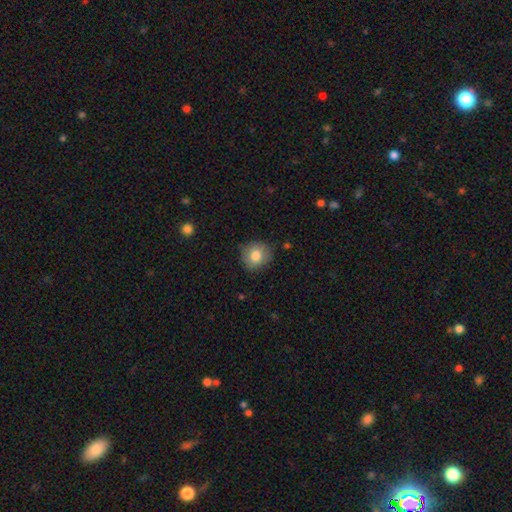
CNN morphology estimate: This appears to be a smooth galaxy with no disk features (80%) that is round (81%). Merging: none (82%).